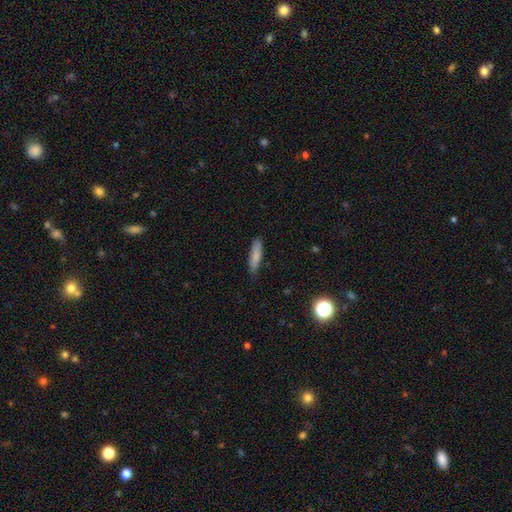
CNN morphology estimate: smooth-or-featured: smooth: 83% | featured or disk: 11% | star or artifact: 7%
  how-rounded: cigar-shaped: 71% | in between: 28% | round: 2%
  merging: none: 80% | minor disturbance: 16% | major disturbance: 3% | merger: 1%